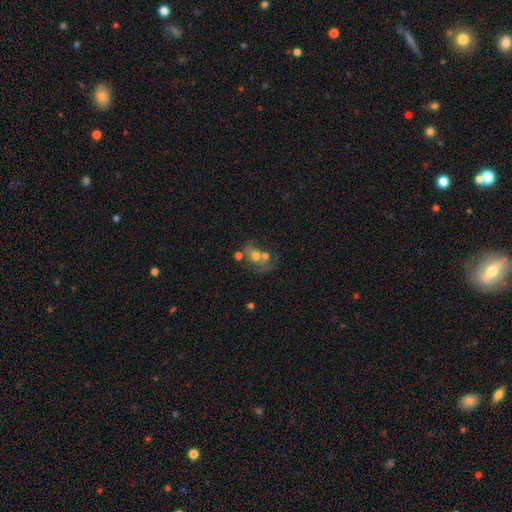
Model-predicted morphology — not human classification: A smooth galaxy with no disk features (49%).

Vote fractions:
- Smooth or featured? smooth: 49% / featured or disk: 39% / star or artifact: 13%
- Merging? merger: 49% / none: 25% / major disturbance: 14% / minor disturbance: 13%